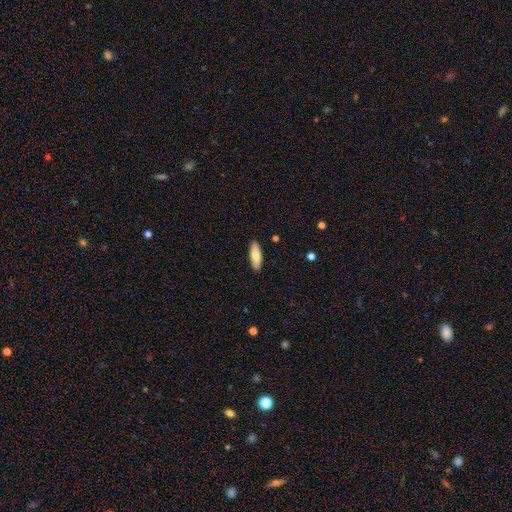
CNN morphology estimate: Smooth or featured?
  - smooth: 75% *
  - featured or disk: 19%
  - star or artifact: 6%
How rounded?
  - in between: 58% *
  - cigar-shaped: 40%
  - round: 2%
Merging?
  - none: 89% *
  - minor disturbance: 8%
  - major disturbance: 2%
  - merger: 1%